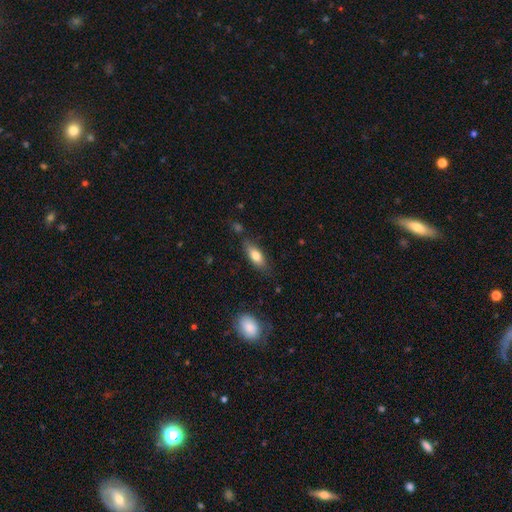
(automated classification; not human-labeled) A smooth galaxy with no disk features (76%) that is in between round and cigar-shaped (74%). Merging: none (76%).